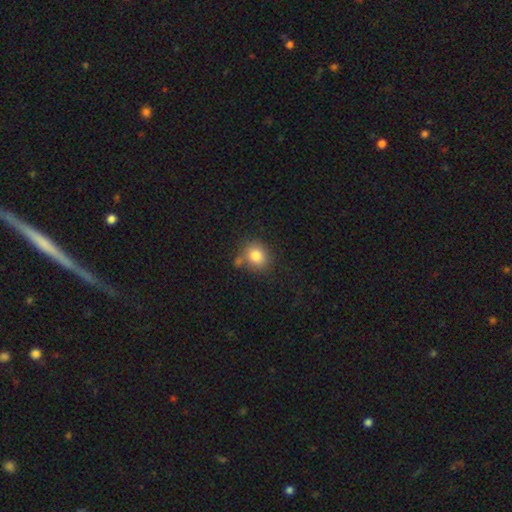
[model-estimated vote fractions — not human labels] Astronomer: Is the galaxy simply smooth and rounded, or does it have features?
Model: smooth — 84%.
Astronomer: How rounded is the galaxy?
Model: round — 71%.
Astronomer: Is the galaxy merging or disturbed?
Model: none — 65%.